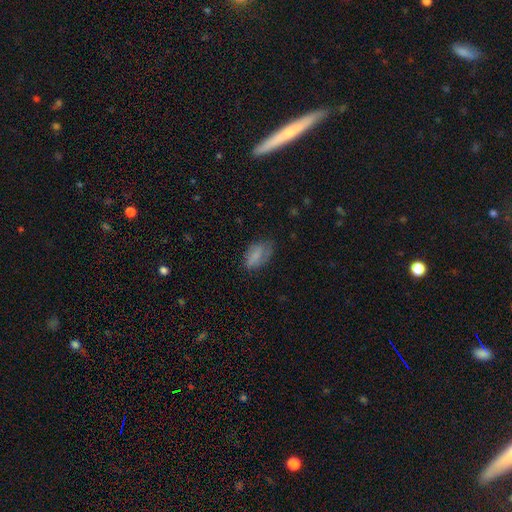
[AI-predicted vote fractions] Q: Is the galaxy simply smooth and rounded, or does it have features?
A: smooth — 74%.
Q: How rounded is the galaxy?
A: in between — 91%.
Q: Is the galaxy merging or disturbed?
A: none — 59%.